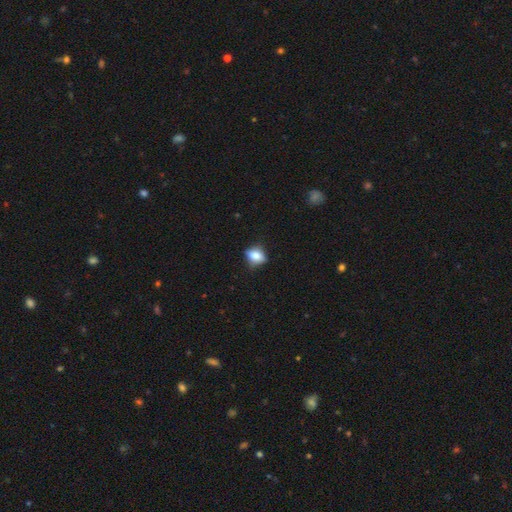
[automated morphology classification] smooth-or-featured: smooth: 74% | featured or disk: 16% | star or artifact: 10%
  how-rounded: in between: 58% | round: 39% | cigar-shaped: 3%
  merging: none: 70% | minor disturbance: 23% | major disturbance: 5% | merger: 1%